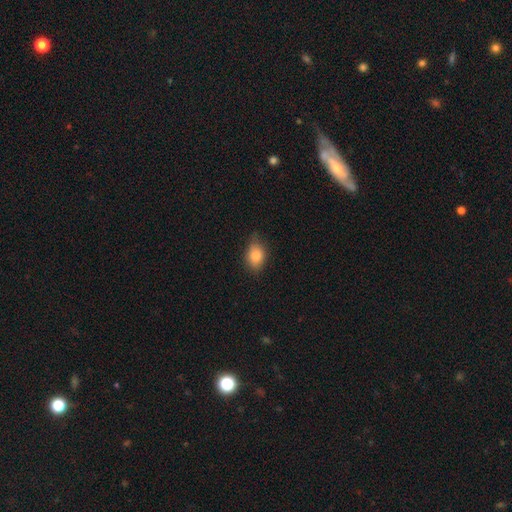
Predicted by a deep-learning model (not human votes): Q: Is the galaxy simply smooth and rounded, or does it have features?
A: smooth — 85%.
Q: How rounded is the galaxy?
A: in between — 77%.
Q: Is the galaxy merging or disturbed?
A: none — 72%.